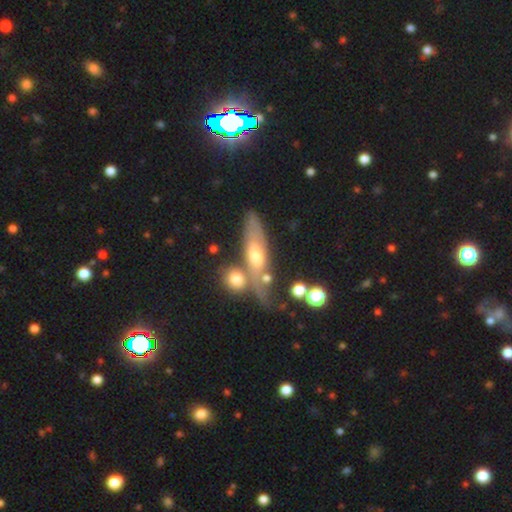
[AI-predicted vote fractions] The model was most divided on "edge-on disk": yes: 53%, no: 47%. Remaining: smooth or featured — featured or disk (51%); merging — none (49%).